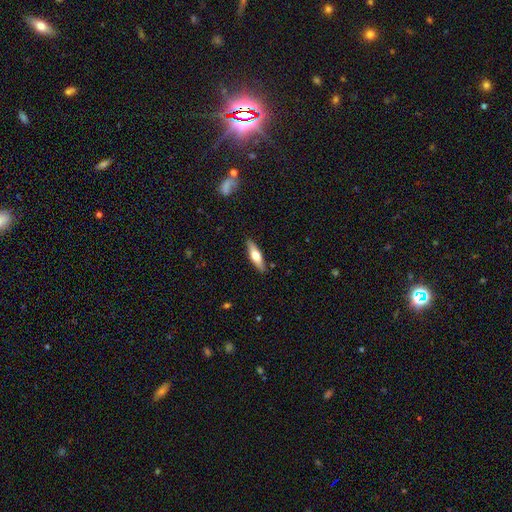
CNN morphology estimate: A smooth galaxy with no disk features (53%) that is cigar-shaped (61%). Merging: none (88%).